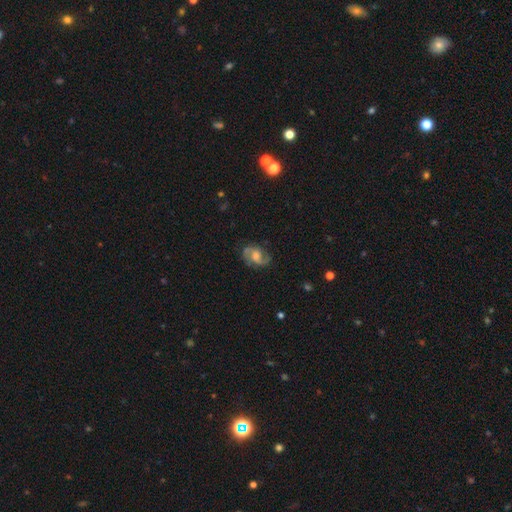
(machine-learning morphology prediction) A featured or disk galaxy (81%) with a weak bar (46%), 2 (91%) medium (53%) spiral arms (95%) and a moderate central bulge (51%). Merging: none (81%).